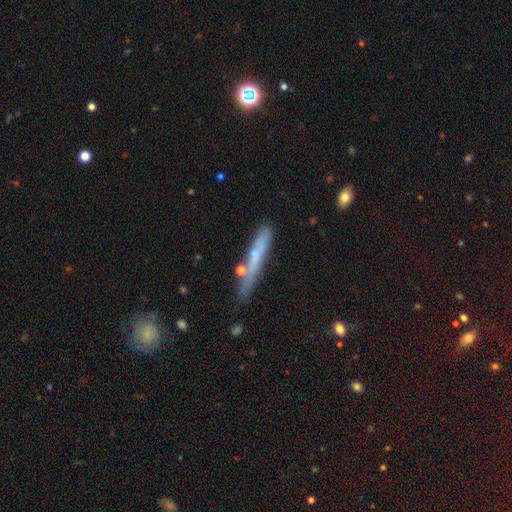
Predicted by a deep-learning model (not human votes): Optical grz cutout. It shows a smooth galaxy with no disk features (52%) that is cigar-shaped (93%). Merging: none (66%).